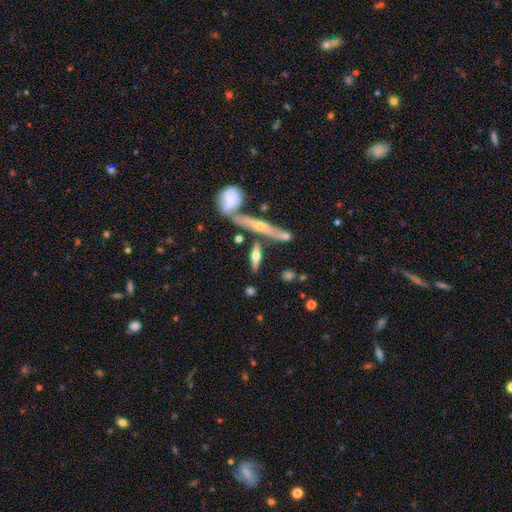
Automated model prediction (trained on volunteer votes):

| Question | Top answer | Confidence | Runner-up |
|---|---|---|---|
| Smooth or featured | featured or disk | 56% | smooth (36%) |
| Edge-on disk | yes | 90% | no (10%) |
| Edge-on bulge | rounded | 90% | boxy (6%) |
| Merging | none | 64% | merger (17%) |